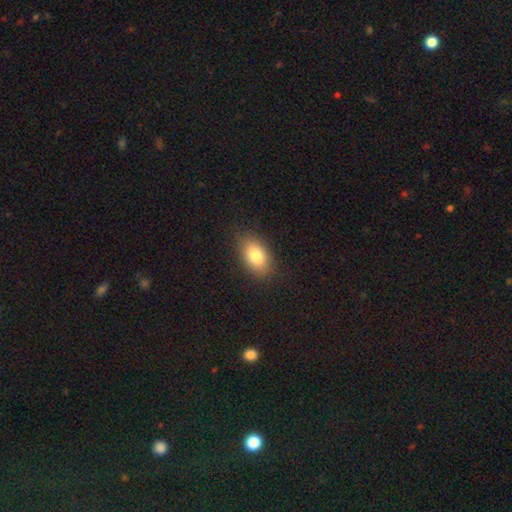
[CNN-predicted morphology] Smooth or featured?
  - smooth: 80% *
  - featured or disk: 12%
  - star or artifact: 9%
How rounded?
  - in between: 89% *
  - round: 10%
  - cigar-shaped: 2%
Merging?
  - none: 86% *
  - minor disturbance: 10%
  - major disturbance: 3%
  - merger: 1%